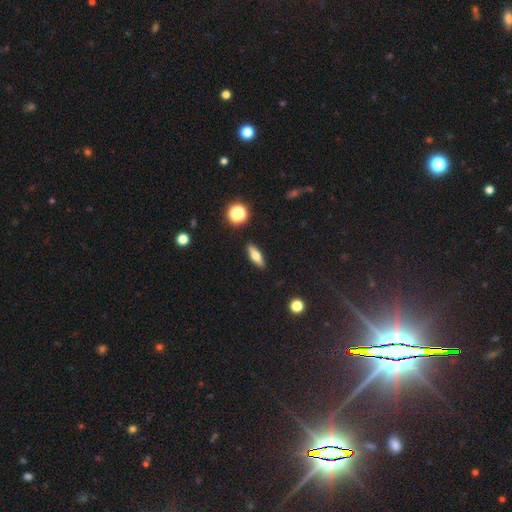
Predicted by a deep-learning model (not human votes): Smooth or featured: smooth — 61% (featured or disk — 30%)
How rounded: in between — 51% (cigar-shaped — 44%)
Merging: none — 89% (minor disturbance — 7%)